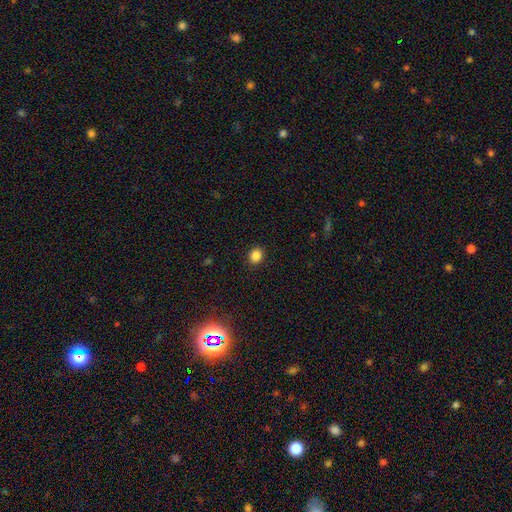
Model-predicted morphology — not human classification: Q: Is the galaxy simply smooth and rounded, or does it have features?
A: smooth — 85%.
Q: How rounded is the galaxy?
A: round — 59%.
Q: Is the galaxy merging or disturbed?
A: none — 90%.